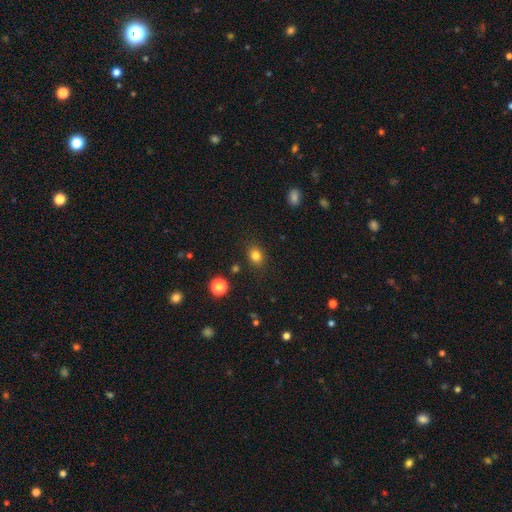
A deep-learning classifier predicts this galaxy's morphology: The model was most divided on "how rounded": round: 52%, in between: 47%, cigar-shaped: 1%. More confident: merging — none (86%); smooth or featured — smooth (82%).